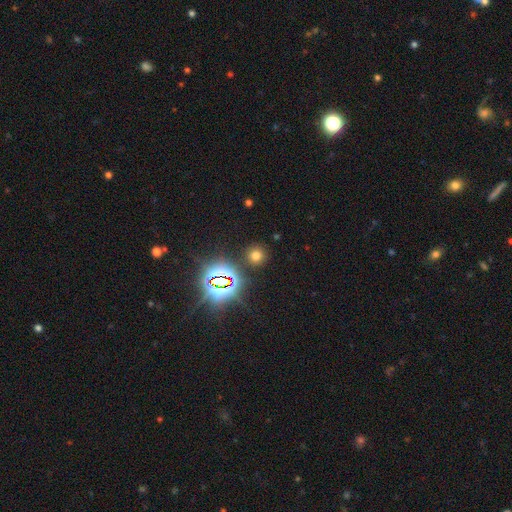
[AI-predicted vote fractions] The model was most divided on "smooth or featured": smooth: 63%, star or artifact: 30%, featured or disk: 7%. More confident: how rounded — round (91%); merging — none (87%).